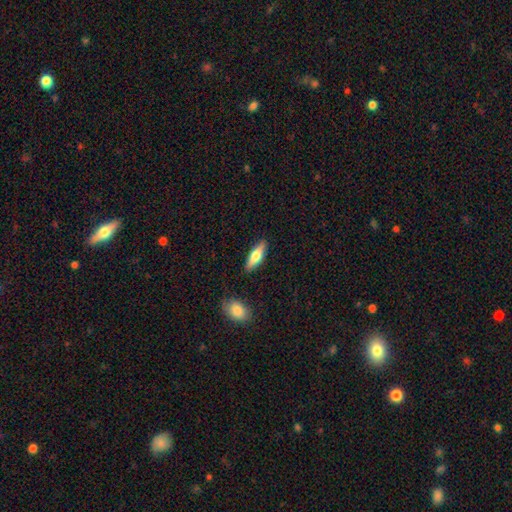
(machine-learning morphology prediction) A smooth galaxy with no disk features (59%) that is in between round and cigar-shaped (52%). Merging: none (86%).